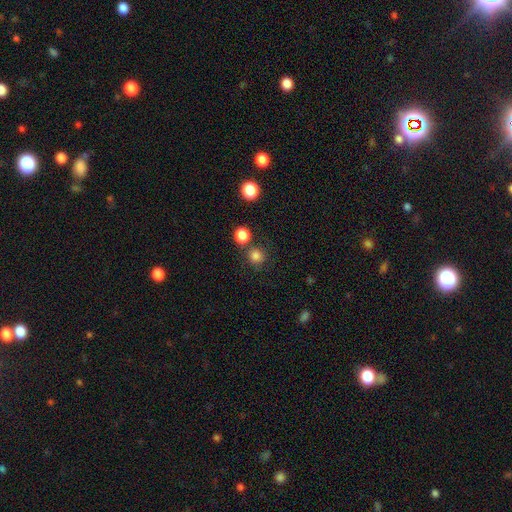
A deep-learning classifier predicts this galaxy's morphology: Smooth or featured: smooth — 81% (star or artifact — 14%)
How rounded: round — 91% (in between — 8%)
Merging: none — 73% (merger — 15%)